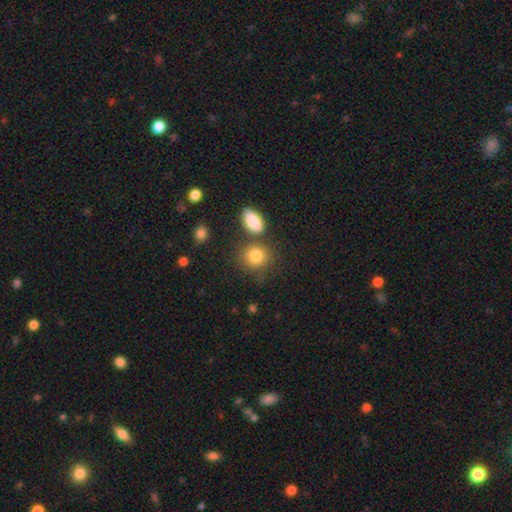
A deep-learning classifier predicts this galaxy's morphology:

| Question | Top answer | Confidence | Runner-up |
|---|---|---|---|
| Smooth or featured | smooth | 84% | star or artifact (9%) |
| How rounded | round | 71% | in between (28%) |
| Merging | none | 67% | merger (16%) |